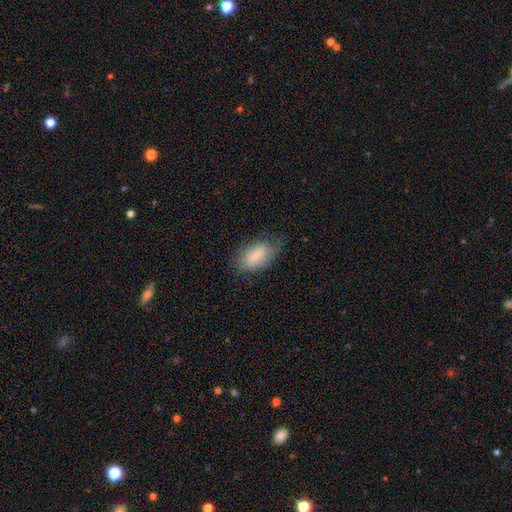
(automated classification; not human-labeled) This appears to be a smooth galaxy with no disk features (65%) that is in between round and cigar-shaped (90%). Merging: none (64%).